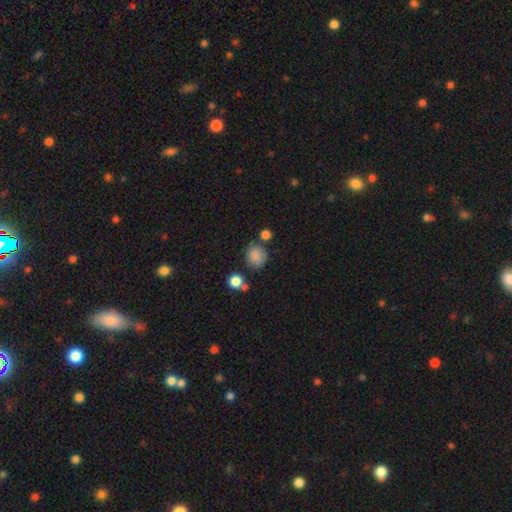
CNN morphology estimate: Smooth or featured? Predicted: smooth (p=0.83). How rounded? Predicted: round (p=0.81). Merging? Predicted: none (p=0.65).